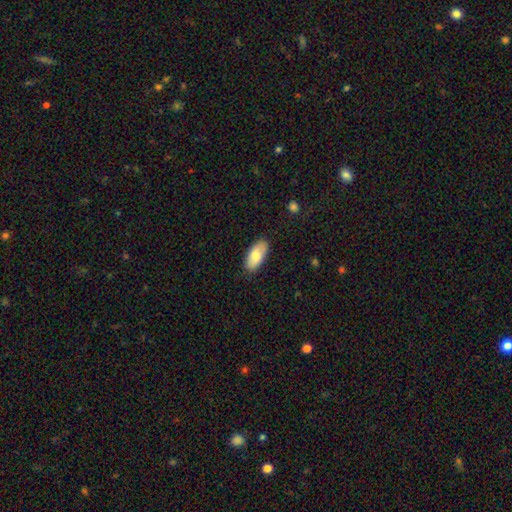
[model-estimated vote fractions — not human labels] A smooth galaxy with no disk features (79%) that is in between round and cigar-shaped (92%). Merging: none (85%).